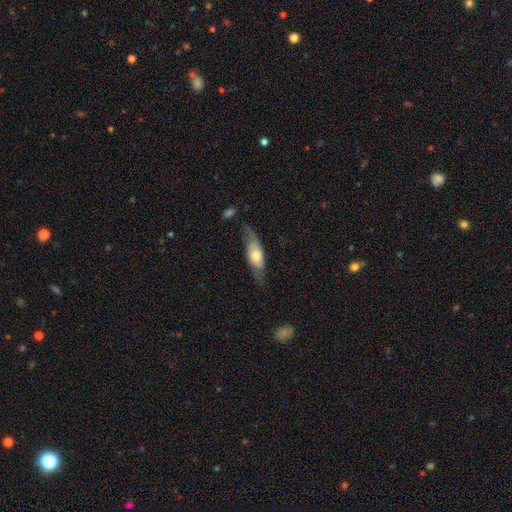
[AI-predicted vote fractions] Smooth or featured? featured or disk (48%)
Merging? none (62%)